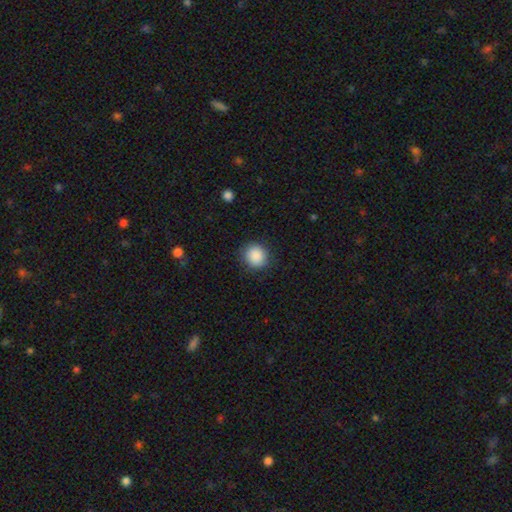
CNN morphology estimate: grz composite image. It shows a smooth galaxy with no disk features (89%) that is round (87%). Merging: none (88%).